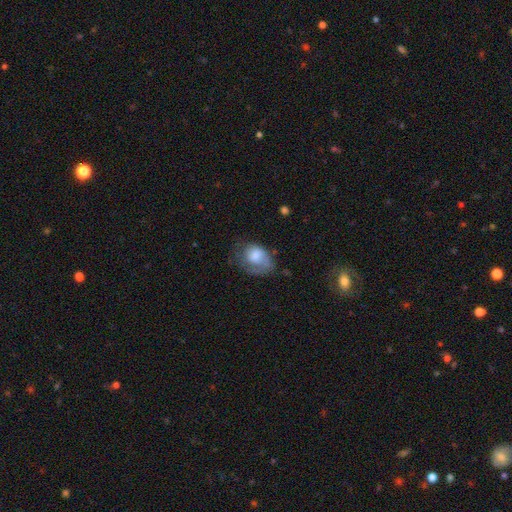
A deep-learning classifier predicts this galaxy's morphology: smooth-or-featured: smooth: 59% | featured or disk: 33% | star or artifact: 7%
  how-rounded: in between: 69% | round: 30% | cigar-shaped: 1%
  merging: none: 38% | major disturbance: 30% | minor disturbance: 29% | merger: 2%